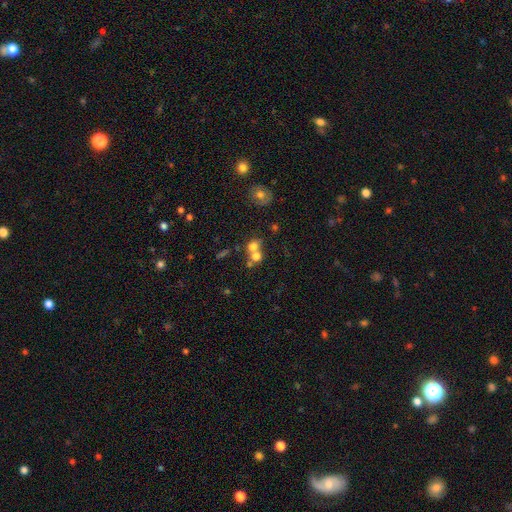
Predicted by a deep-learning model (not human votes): Smooth or featured? Predicted: smooth (p=0.69). How rounded? Predicted: round (p=0.71). Merging? Predicted: merger (p=0.59).